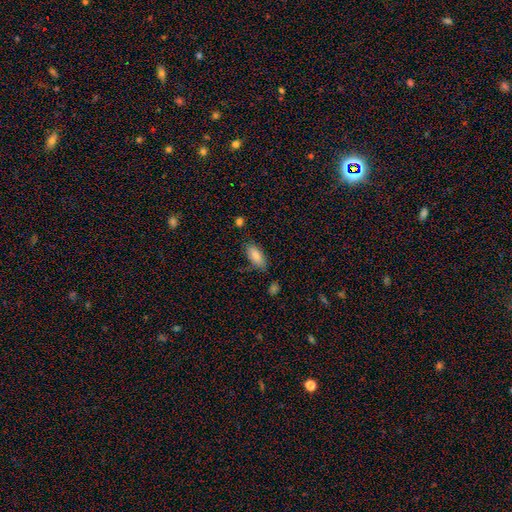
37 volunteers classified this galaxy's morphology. Smooth or featured: smooth — 84% (featured or disk — 8%)
How rounded: in between — 68% (cigar-shaped — 29%)
Merging: none — 71% (minor disturbance — 18%)